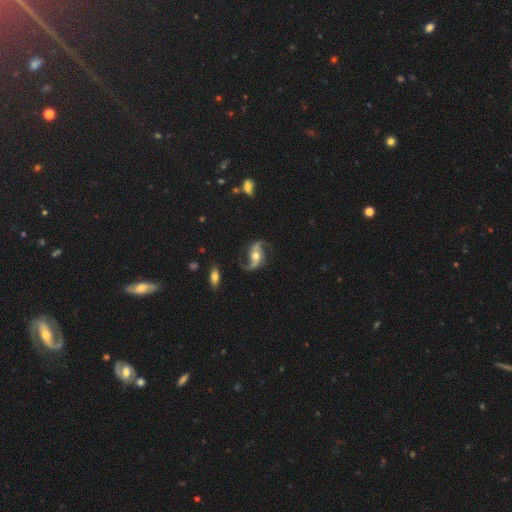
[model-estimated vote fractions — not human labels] smooth_or_featured: featured or disk (p=0.91) [alt: star or artifact p=0.05]
disk_edge_on: no (p=0.96) [alt: yes p=0.04]
bar: no (p=0.47) [alt: weak p=0.29]
has_spiral_arms: yes (p=0.97) [alt: no p=0.03]
spiral_winding: loose (p=0.75) [alt: medium p=0.20]
spiral_arm_count: 2 (p=0.94) [alt: 1 p=0.01]
bulge_size: moderate (p=0.71) [alt: small p=0.19]
merging: none (p=0.79) [alt: minor disturbance p=0.13]